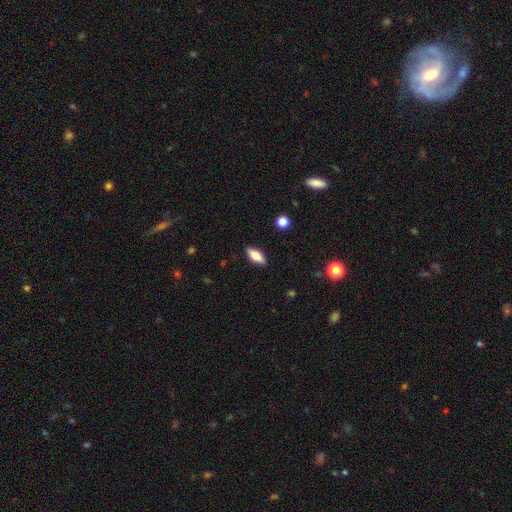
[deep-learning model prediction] Smooth or featured? Predicted: smooth (p=0.63). How rounded? Predicted: in between (p=0.74). Merging? Predicted: none (p=0.88).